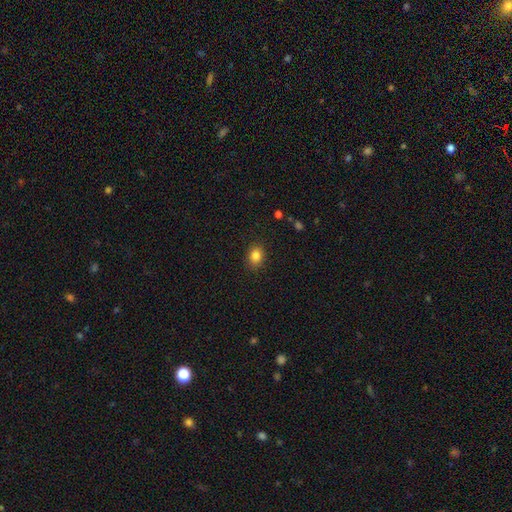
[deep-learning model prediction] Smooth or featured? Predicted: smooth (p=0.84). How rounded? Predicted: in between (p=0.56). Merging? Predicted: none (p=0.88).